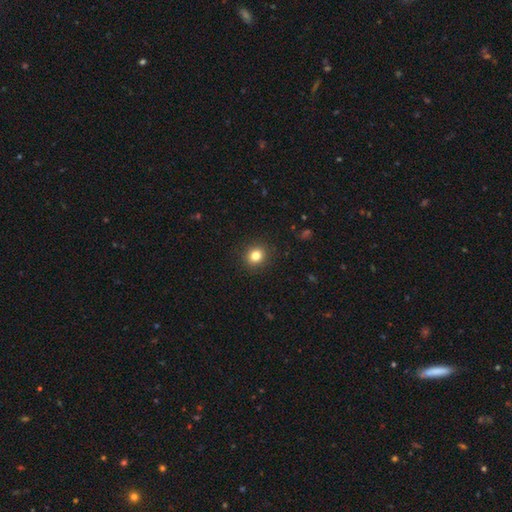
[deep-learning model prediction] This appears to be a smooth galaxy with no disk features (82%) that is round (80%). Merging: none (91%).